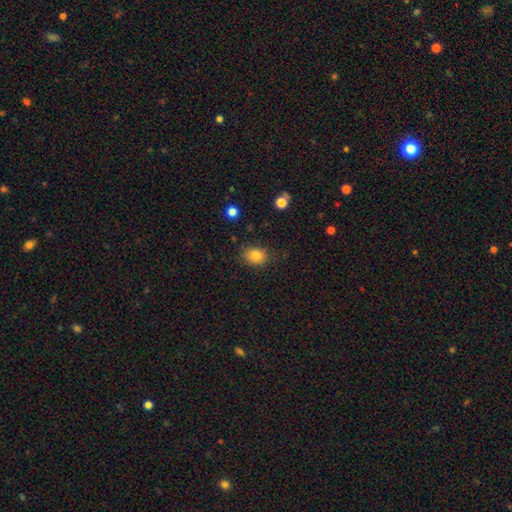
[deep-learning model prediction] A smooth galaxy with no disk features (83%) that is in between round and cigar-shaped (56%).

Vote fractions:
- Smooth or featured? smooth: 83% / star or artifact: 11% / featured or disk: 6%
- How rounded? in between: 56% / round: 43% / cigar-shaped: 1%
- Merging? none: 80% / minor disturbance: 15% / major disturbance: 4% / merger: 2%